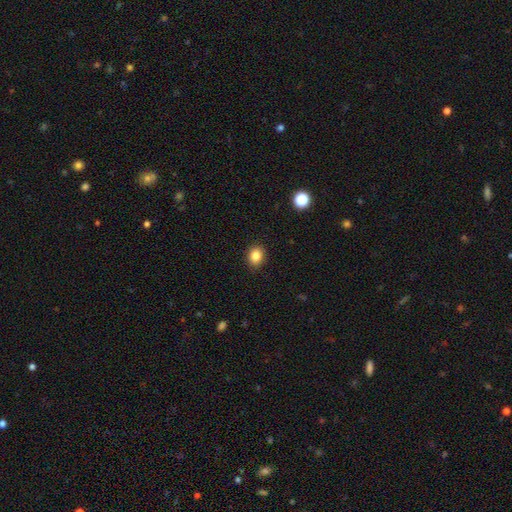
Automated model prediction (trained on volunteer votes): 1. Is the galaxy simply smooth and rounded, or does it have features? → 85% smooth, 10% star or artifact, 5% featured or disk.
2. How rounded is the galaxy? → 52% round, 47% in between, 1% cigar-shaped.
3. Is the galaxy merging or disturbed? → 90% none, 7% minor disturbance, 2% major disturbance, 1% merger.